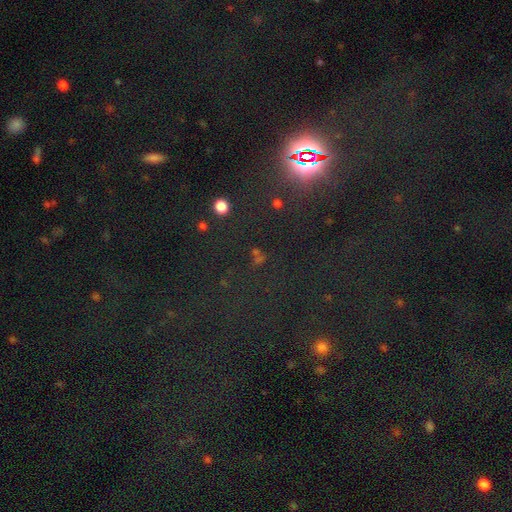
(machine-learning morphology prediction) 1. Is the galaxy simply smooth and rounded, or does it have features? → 75% star or artifact, 17% smooth, 8% featured or disk.